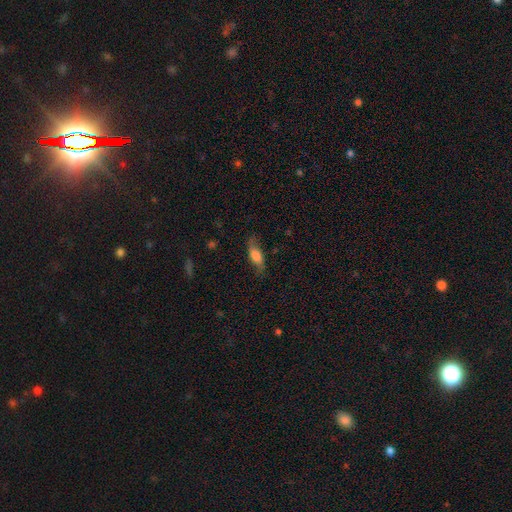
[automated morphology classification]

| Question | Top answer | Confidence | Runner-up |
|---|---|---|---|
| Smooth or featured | smooth | 65% | featured or disk (27%) |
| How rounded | in between | 70% | cigar-shaped (26%) |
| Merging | none | 70% | minor disturbance (21%) |